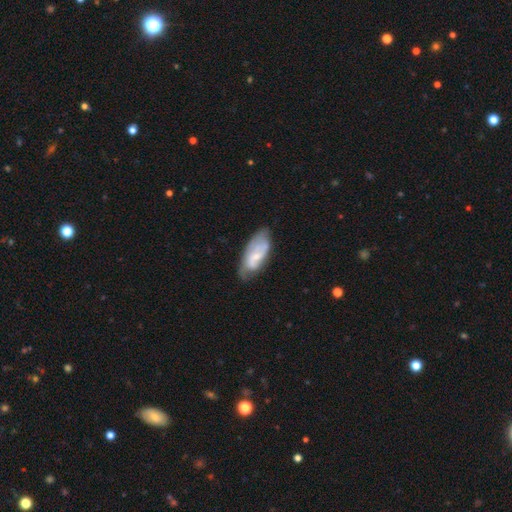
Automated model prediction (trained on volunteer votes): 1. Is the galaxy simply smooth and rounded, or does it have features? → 52% featured or disk, 42% smooth, 6% star or artifact.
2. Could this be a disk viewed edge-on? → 91% no, 9% yes.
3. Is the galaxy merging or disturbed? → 58% none, 29% minor disturbance, 10% major disturbance, 3% merger.